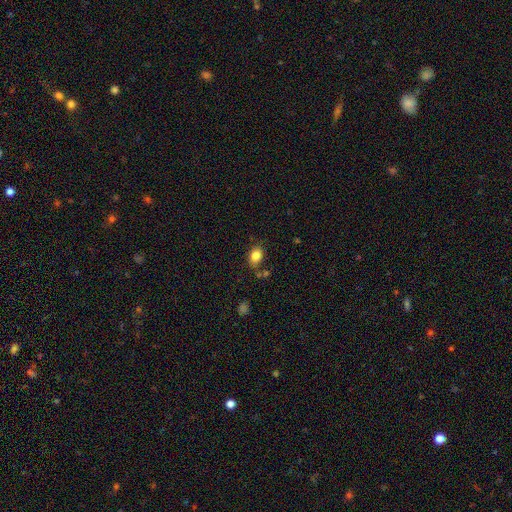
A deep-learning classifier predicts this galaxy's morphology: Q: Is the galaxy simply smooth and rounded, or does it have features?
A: smooth — 83%.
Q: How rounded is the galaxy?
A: in between — 75%.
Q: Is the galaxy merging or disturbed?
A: none — 75%.